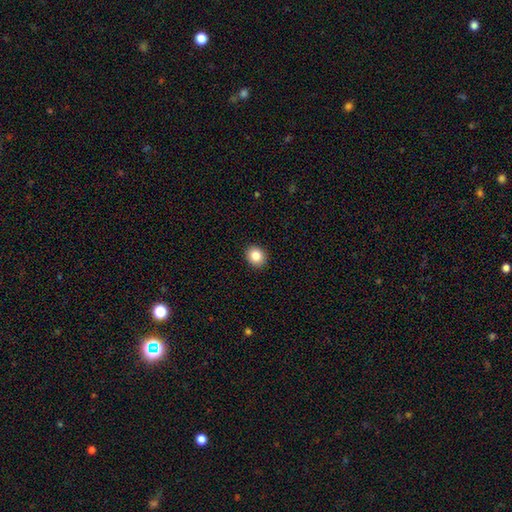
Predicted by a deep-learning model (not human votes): Smooth or featured?
  - smooth: 85% *
  - star or artifact: 10%
  - featured or disk: 6%
How rounded?
  - round: 65% *
  - in between: 34%
  - cigar-shaped: 1%
Merging?
  - none: 92% *
  - minor disturbance: 5%
  - major disturbance: 2%
  - merger: 1%